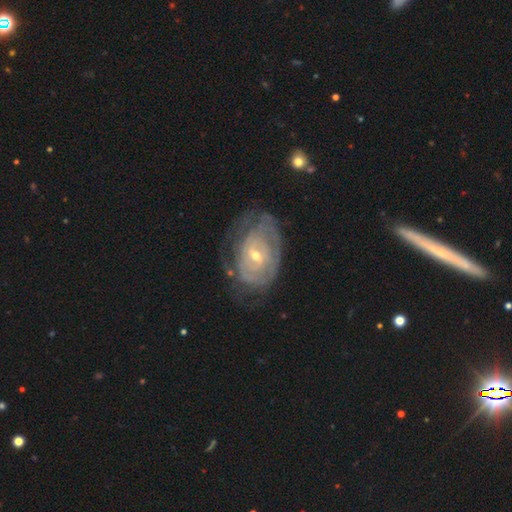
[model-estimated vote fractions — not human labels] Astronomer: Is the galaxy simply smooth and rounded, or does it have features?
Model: featured or disk — 79%.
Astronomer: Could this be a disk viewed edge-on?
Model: no — 95%.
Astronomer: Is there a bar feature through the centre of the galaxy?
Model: no — 47% (runner-up: weak, 41%).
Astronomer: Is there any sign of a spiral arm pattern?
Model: yes — 80%.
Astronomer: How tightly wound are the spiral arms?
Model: tight — 74%.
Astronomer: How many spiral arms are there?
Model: can't tell — 58%.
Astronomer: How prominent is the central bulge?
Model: small — 55% (runner-up: moderate, 42%).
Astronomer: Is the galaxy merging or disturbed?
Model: none — 56%.